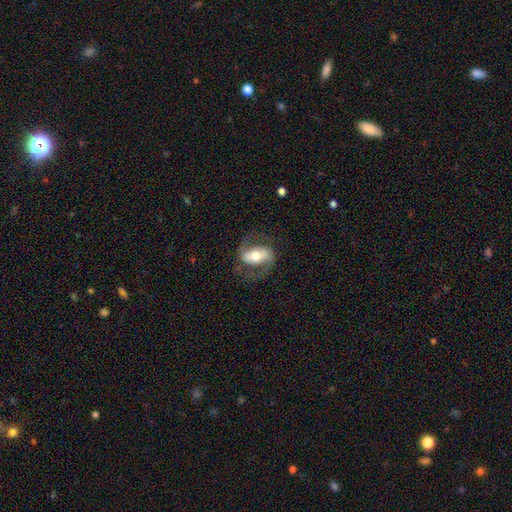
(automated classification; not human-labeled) A featured or disk galaxy (73%) with a strong bar (50%), 2 (90%) medium (51%) spiral arms (87%) and a moderate central bulge (66%).

Vote fractions:
- Smooth or featured? featured or disk: 73% / smooth: 21% / star or artifact: 6%
- Edge-on disk? no: 95% / yes: 5%
- Bar? strong: 50% / weak: 30% / no: 20%
- Spiral arms? yes: 87% / no: 13%
- Spiral winding? medium: 51% / loose: 32% / tight: 17%
- Spiral arm count? 2: 90% / can't tell: 4% / 1: 3% / 3: 1% / 4: 1% / more than 4: 1%
- Bulge size? moderate: 66% / small: 16% / large: 15% / dominant: 2% / none: 1%
- Merging? none: 73% / minor disturbance: 14% / major disturbance: 12% / merger: 1%